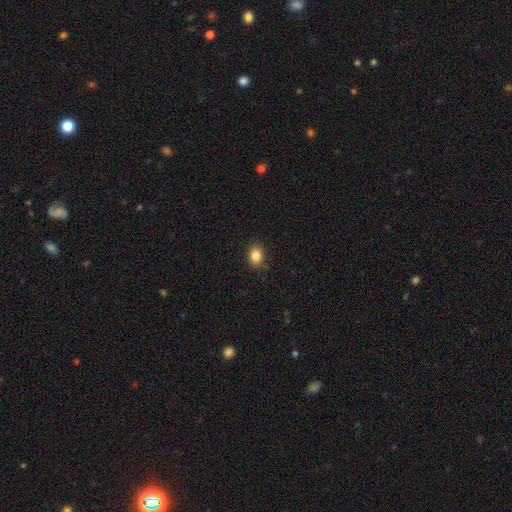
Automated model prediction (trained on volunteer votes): Smooth or featured? Predicted: smooth (p=0.86). How rounded? Predicted: in between (p=0.59). Merging? Predicted: none (p=0.88).